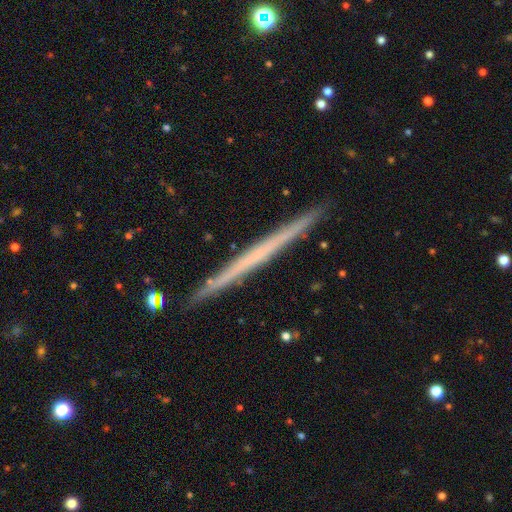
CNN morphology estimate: Overall: featured or disk (57%; smooth 36%). Edge-on disk: yes (98%). Edge-on bulge: none (93%). Merging: none (92%).